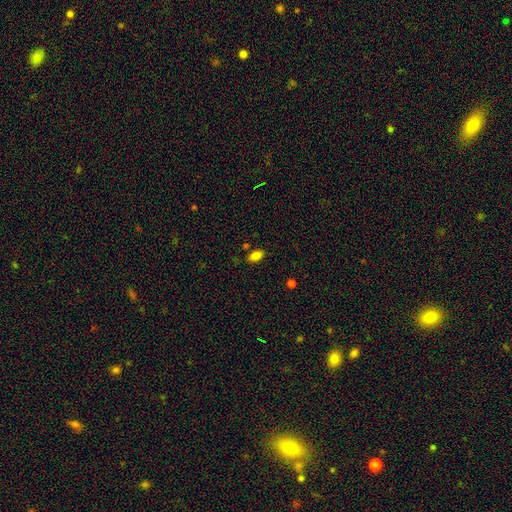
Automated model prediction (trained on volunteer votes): Overall: smooth (83%). How rounded: in between (90%). Merging: none (80%).